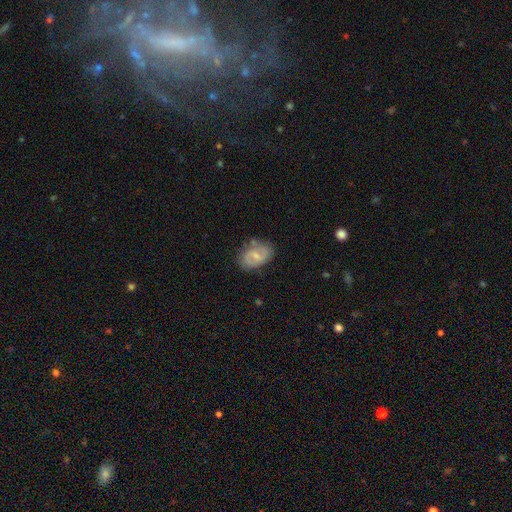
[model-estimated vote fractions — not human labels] Morphology: type=featured or disk (61%); edge-on=no (97%); bar=weak (56%); spiral arms=yes (83%); bulge=small (52%); merging=none (69%).